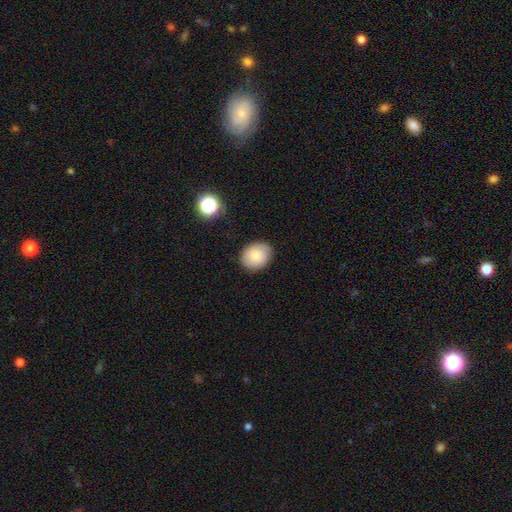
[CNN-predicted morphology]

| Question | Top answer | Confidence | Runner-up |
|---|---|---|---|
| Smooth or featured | smooth | 79% | featured or disk (12%) |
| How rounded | round | 55% | in between (44%) |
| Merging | none | 84% | minor disturbance (13%) |